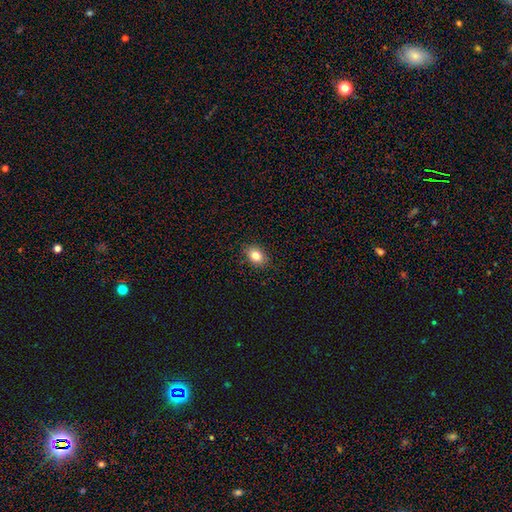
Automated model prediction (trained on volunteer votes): Smooth or featured?
  - smooth: 82% *
  - star or artifact: 9%
  - featured or disk: 8%
How rounded?
  - in between: 75% *
  - round: 23%
  - cigar-shaped: 1%
Merging?
  - none: 88% *
  - minor disturbance: 9%
  - major disturbance: 2%
  - merger: 1%